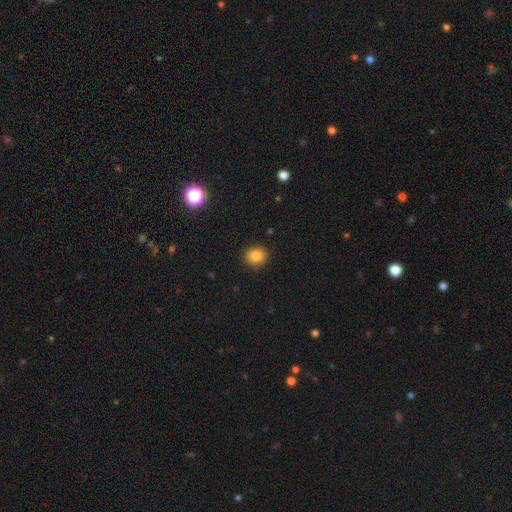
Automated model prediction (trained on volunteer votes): A smooth galaxy with no disk features (85%) that is round (79%).

Vote fractions:
- Smooth or featured? smooth: 85% / star or artifact: 11% / featured or disk: 5%
- How rounded? round: 79% / in between: 20% / cigar-shaped: 1%
- Merging? none: 91% / minor disturbance: 6% / major disturbance: 2% / merger: 1%